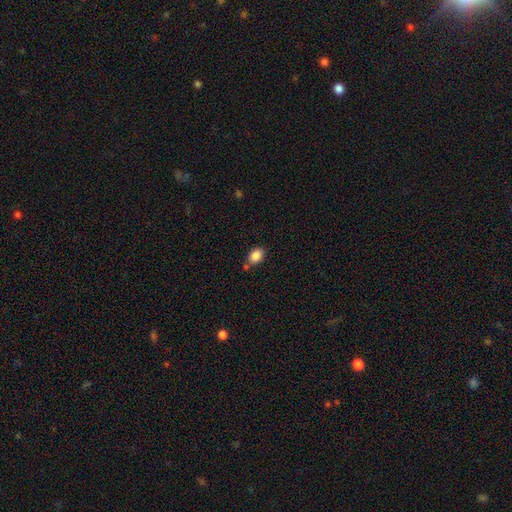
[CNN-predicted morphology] This appears to be a smooth galaxy with no disk features (87%) that is in between round and cigar-shaped (79%). Merging: none (70%).